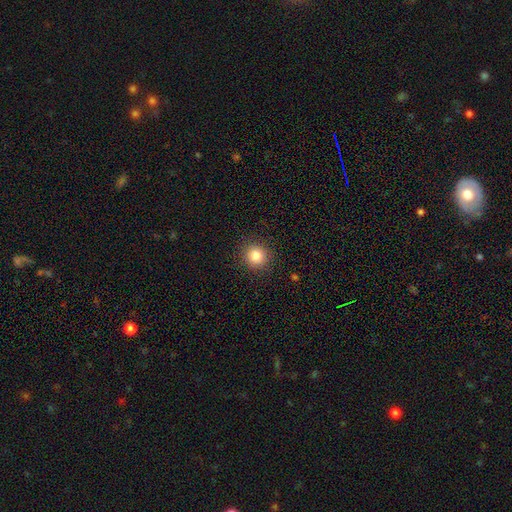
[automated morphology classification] smooth 83%, star or artifact 11%, featured or disk 6%. Down the decision tree: how rounded — round (93%); merging — none (91%).